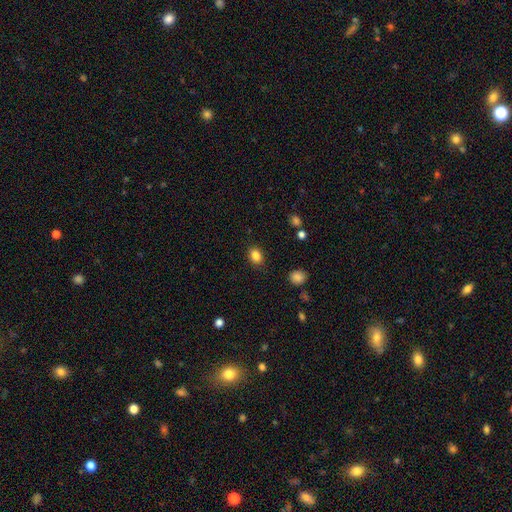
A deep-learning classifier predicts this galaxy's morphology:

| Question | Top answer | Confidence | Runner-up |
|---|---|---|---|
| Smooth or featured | smooth | 85% | star or artifact (10%) |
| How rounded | in between | 65% | round (34%) |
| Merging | none | 84% | minor disturbance (12%) |